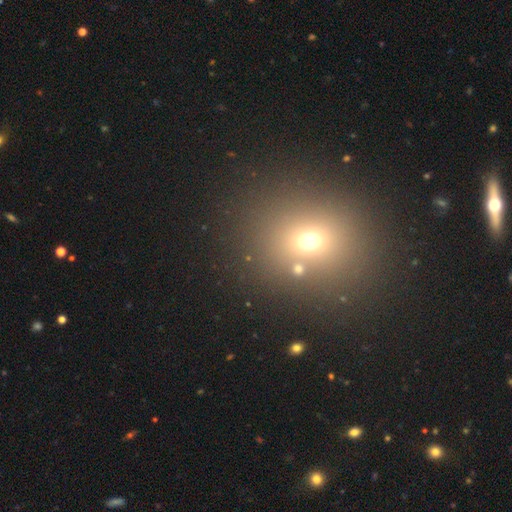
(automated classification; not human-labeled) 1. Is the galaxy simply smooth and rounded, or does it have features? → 55% smooth, 35% star or artifact, 11% featured or disk.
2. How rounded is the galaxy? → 69% round, 29% in between, 2% cigar-shaped.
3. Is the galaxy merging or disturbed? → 84% none, 7% minor disturbance, 5% merger, 3% major disturbance.